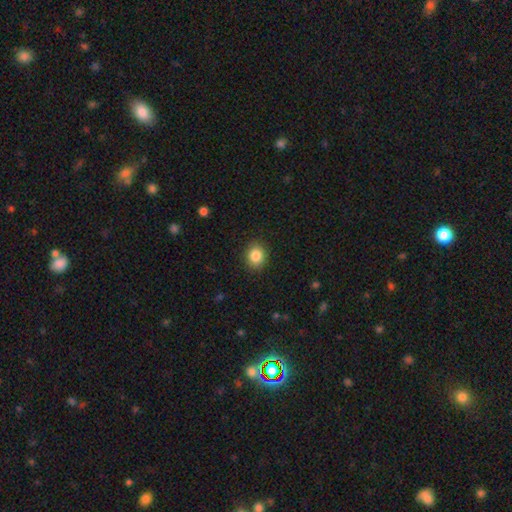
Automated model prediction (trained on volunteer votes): A smooth galaxy with no disk features (86%) that is round (64%). Merging: none (89%).